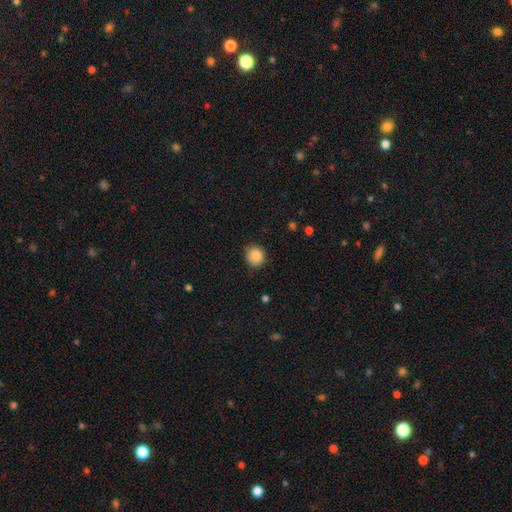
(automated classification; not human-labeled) Smooth or featured: smooth — 86% (star or artifact — 9%)
How rounded: round — 89% (in between — 10%)
Merging: none — 84% (minor disturbance — 12%)